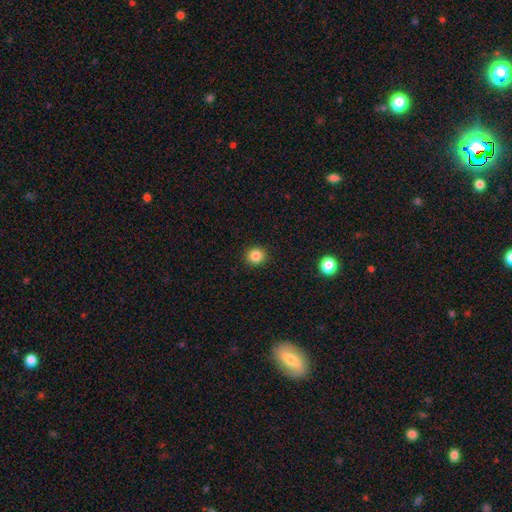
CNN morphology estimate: Smooth or featured?
  - smooth: 85% *
  - star or artifact: 11%
  - featured or disk: 4%
How rounded?
  - round: 88% *
  - in between: 11%
  - cigar-shaped: 1%
Merging?
  - none: 91% *
  - minor disturbance: 6%
  - major disturbance: 2%
  - merger: 1%